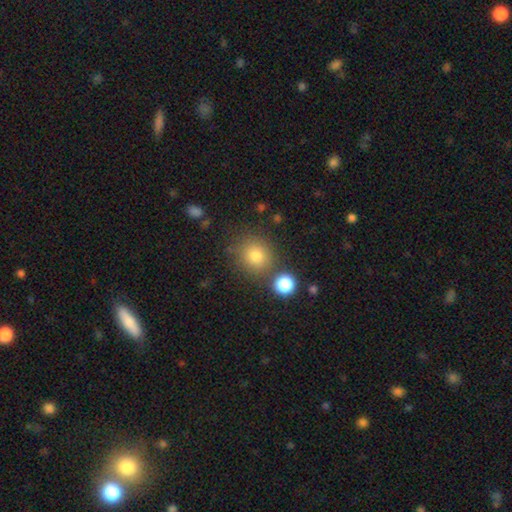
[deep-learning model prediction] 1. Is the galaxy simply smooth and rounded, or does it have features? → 79% smooth, 12% star or artifact, 8% featured or disk.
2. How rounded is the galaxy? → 86% round, 13% in between, 1% cigar-shaped.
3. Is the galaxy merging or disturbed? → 76% none, 11% merger, 10% minor disturbance, 4% major disturbance.